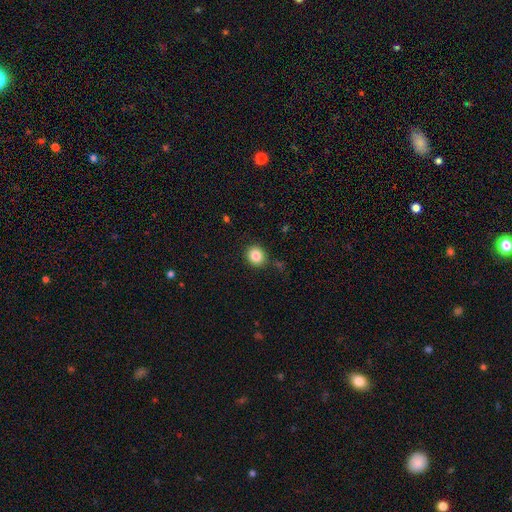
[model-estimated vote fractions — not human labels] smooth 85%, star or artifact 10%, featured or disk 5%. Down the decision tree: how rounded — round (81%); merging — none (87%).